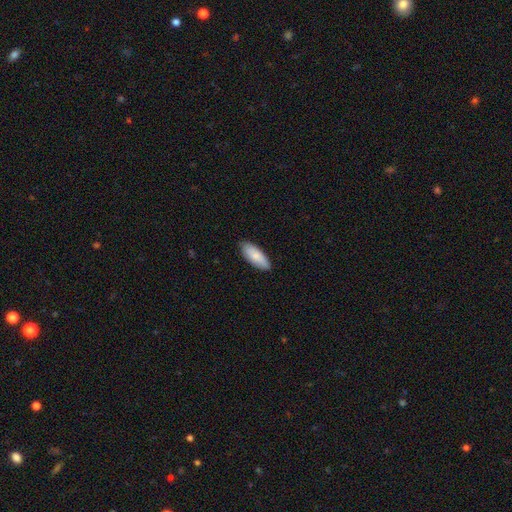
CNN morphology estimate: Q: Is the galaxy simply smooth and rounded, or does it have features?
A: smooth — 83%.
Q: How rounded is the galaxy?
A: in between — 78%.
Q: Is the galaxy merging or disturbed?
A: none — 86%.